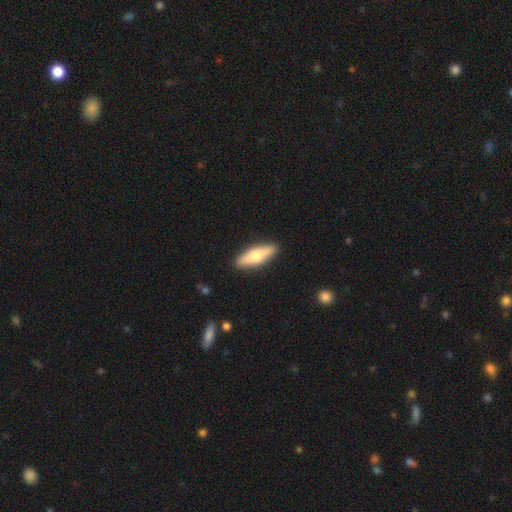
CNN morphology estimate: A smooth galaxy with no disk features (54%) that is cigar-shaped (57%). Merging: none (90%).